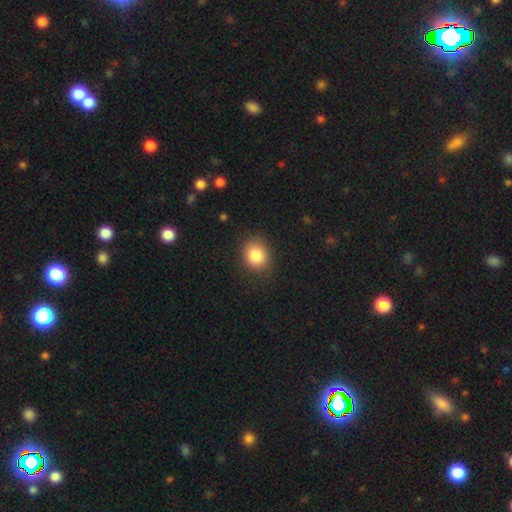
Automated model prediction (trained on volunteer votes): Smooth or featured? smooth (85%)
How rounded? round (64%)
Merging? none (83%)